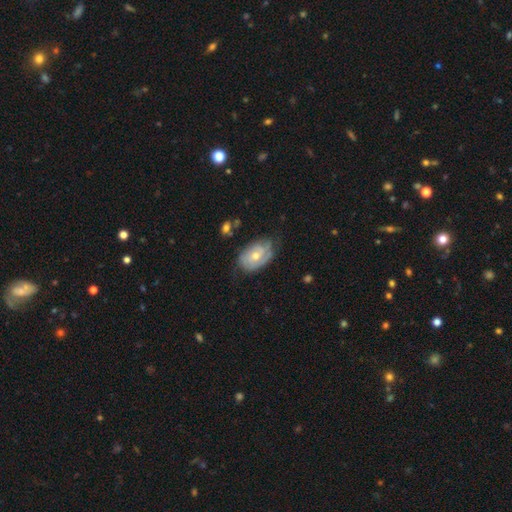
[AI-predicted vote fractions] smooth_or_featured: featured or disk (p=0.66) [alt: smooth p=0.28]
disk_edge_on: no (p=0.95) [alt: yes p=0.05]
bar: no (p=0.74) [alt: weak p=0.23]
has_spiral_arms: yes (p=0.83) [alt: no p=0.17]
spiral_winding: tight (p=0.60) [alt: medium p=0.29]
spiral_arm_count: can't tell (p=0.38) [alt: 2 p=0.35]
bulge_size: moderate (p=0.61) [alt: small p=0.34]
merging: none (p=0.62) [alt: minor disturbance p=0.27]